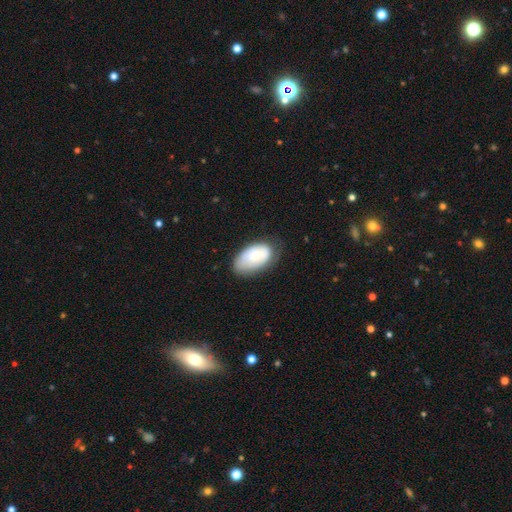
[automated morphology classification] Smooth or featured? smooth (68%)
How rounded? in between (94%)
Merging? none (62%)